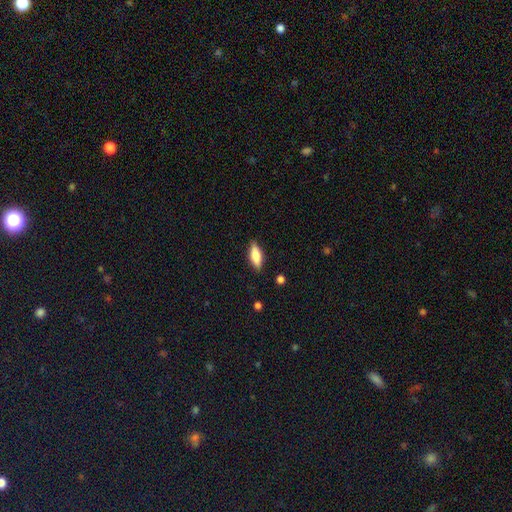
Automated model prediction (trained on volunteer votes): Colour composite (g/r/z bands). It shows a smooth galaxy with no disk features (72%) that is in between round and cigar-shaped (64%). Merging: none (87%).